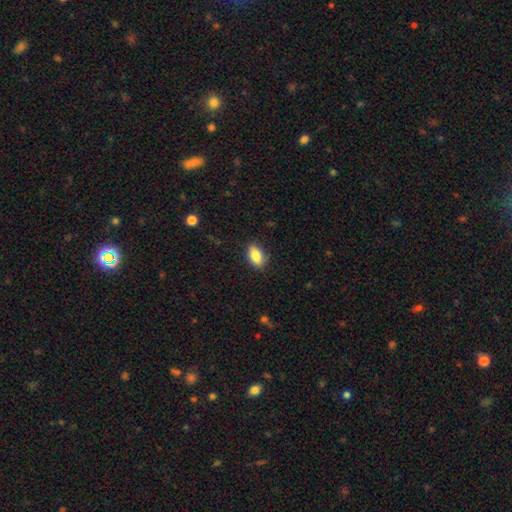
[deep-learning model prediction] Smooth or featured?
  - smooth: 83% *
  - featured or disk: 9%
  - star or artifact: 8%
How rounded?
  - in between: 88% *
  - round: 8%
  - cigar-shaped: 5%
Merging?
  - none: 81% *
  - minor disturbance: 15%
  - major disturbance: 3%
  - merger: 1%